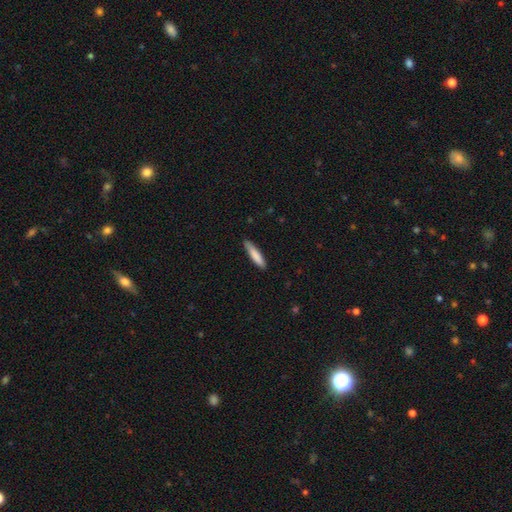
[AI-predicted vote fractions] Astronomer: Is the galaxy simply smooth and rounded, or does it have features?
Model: smooth — 83%.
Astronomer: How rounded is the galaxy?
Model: cigar-shaped — 86%.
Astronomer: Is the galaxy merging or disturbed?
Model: none — 84%.